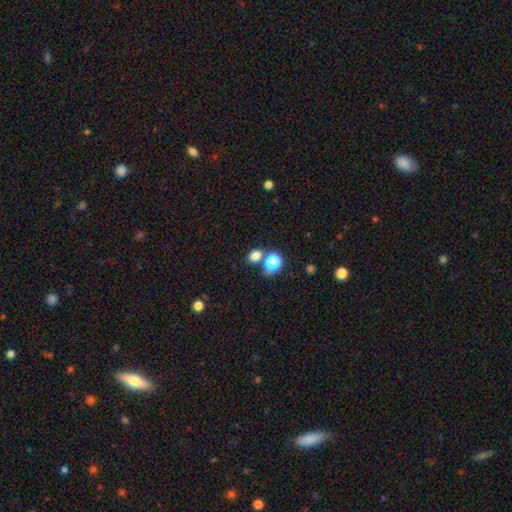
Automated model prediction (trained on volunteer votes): Overall: smooth (77%). How rounded: round (49%, tied with in between). Merging: none (57%; merger 28%).